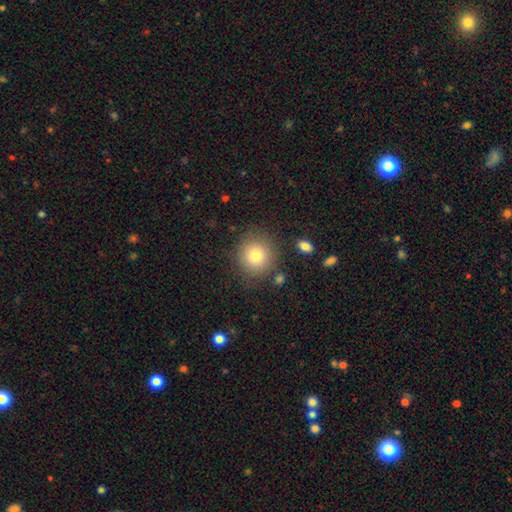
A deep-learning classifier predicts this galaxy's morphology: The model was most divided on "smooth or featured": smooth: 78%, star or artifact: 11%, featured or disk: 11%. More confident: how rounded — round (91%); merging — none (83%).